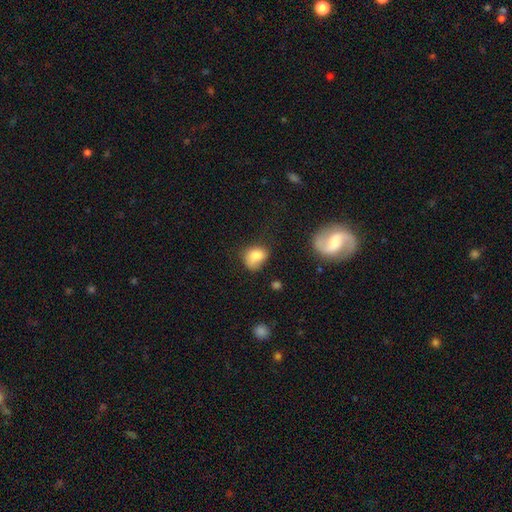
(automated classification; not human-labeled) A smooth galaxy with no disk features (79%) that is in between round and cigar-shaped (57%). Merging: none (43%).